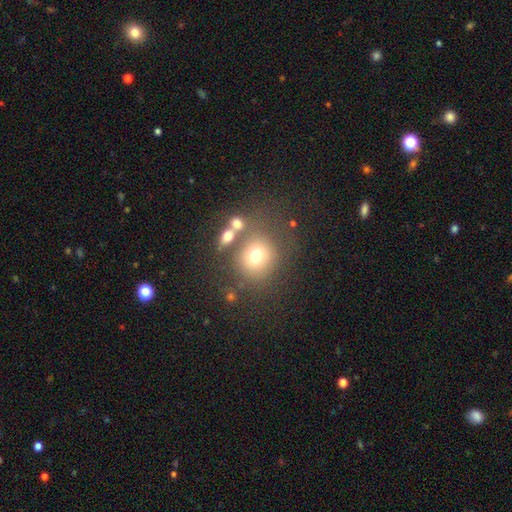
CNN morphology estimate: A smooth galaxy with no disk features (71%) that is round (82%). Merging: none (62%).